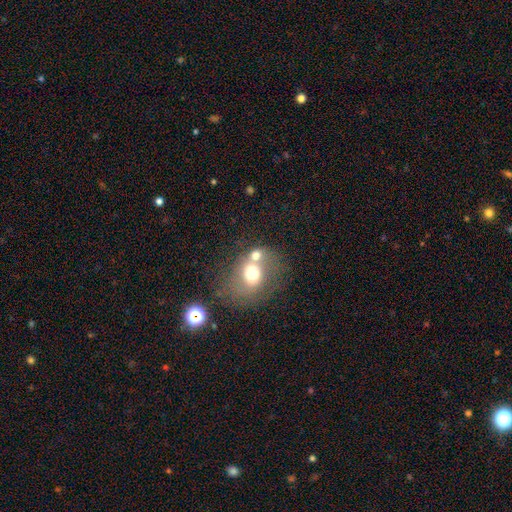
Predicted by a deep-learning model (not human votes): This is likely a smooth galaxy (62%). How rounded: possibly round (57%). Merging: possibly merger (45%).